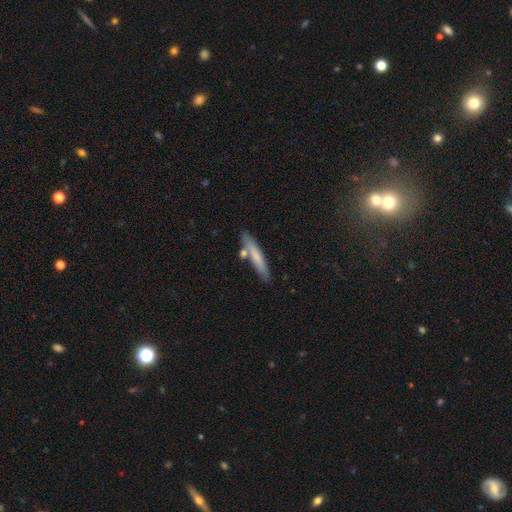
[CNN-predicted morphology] smooth 68%, featured or disk 26%, star or artifact 6%. Down the decision tree: how rounded — cigar-shaped (91%); merging — none (78%).